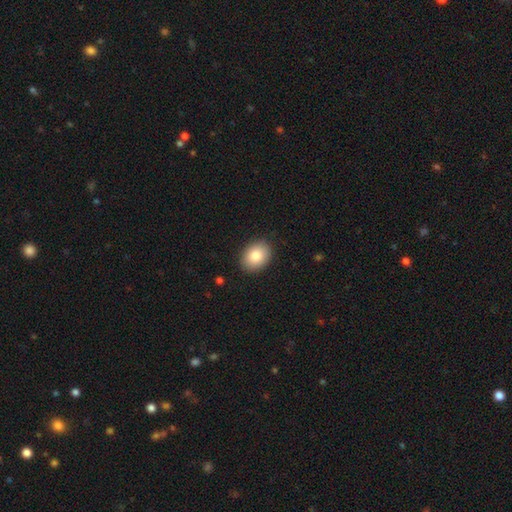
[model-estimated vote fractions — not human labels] Overall: smooth (85%). How rounded: in between (69%; round 30%). Merging: none (89%).